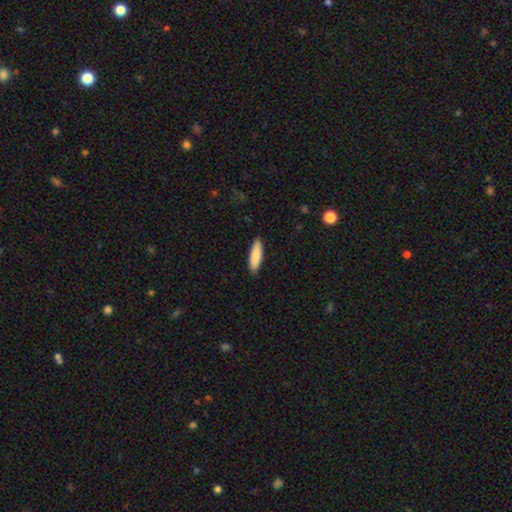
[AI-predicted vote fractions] This is clearly a smooth galaxy (86%). How rounded: likely cigar-shaped (61%). Merging: clearly none (89%).